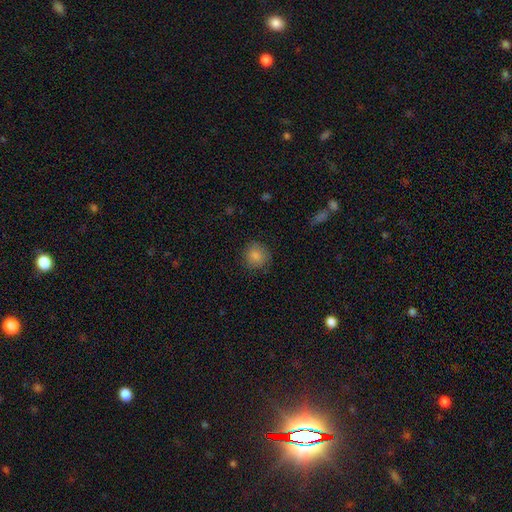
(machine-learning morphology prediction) A smooth galaxy with no disk features (85%) that is round (90%).

Vote fractions:
- Smooth or featured? smooth: 85% / star or artifact: 9% / featured or disk: 6%
- How rounded? round: 90% / in between: 9% / cigar-shaped: 1%
- Merging? none: 84% / minor disturbance: 12% / major disturbance: 3% / merger: 1%